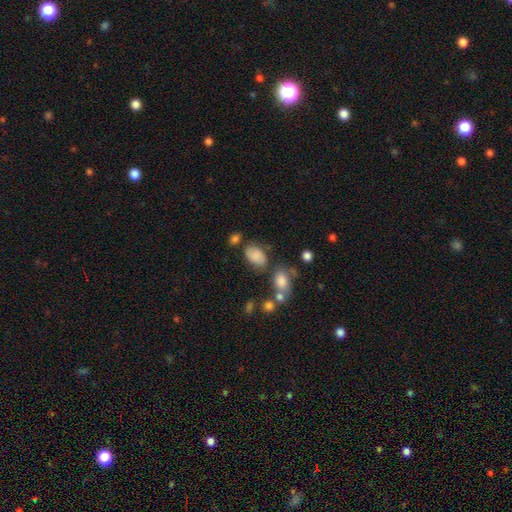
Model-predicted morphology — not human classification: smooth 79%, featured or disk 11%, star or artifact 10%. Down the decision tree: how rounded — in between (87%); merging — none (58%).